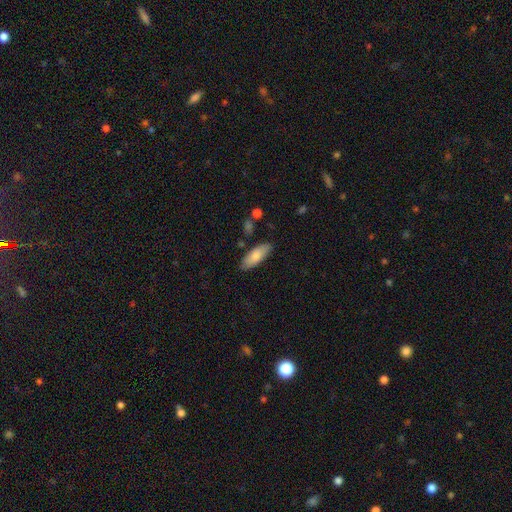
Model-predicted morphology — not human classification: This appears to be a smooth galaxy with no disk features (80%) that is in between round and cigar-shaped (74%). Merging: none (83%).